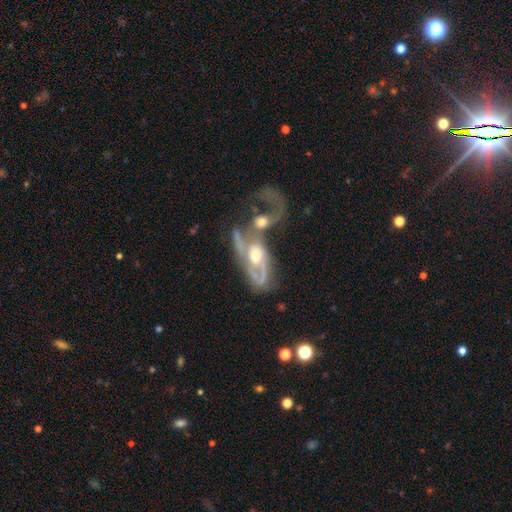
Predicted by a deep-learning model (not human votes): featured or disk 81%, smooth 13%, star or artifact 6%. Down the decision tree: edge-on disk — no (92%); bar — no (62%); spiral arms — yes (84%); spiral arm count — 2 (54%); spiral winding — medium (40%); bulge size — moderate (65%); merging — merger (65%).